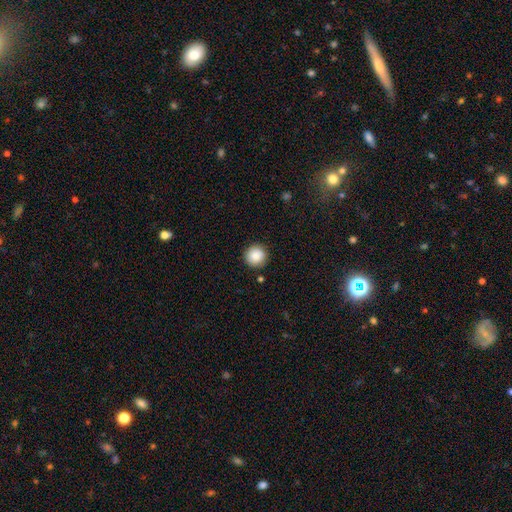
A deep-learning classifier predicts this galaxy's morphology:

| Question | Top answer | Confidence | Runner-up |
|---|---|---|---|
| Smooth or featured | smooth | 87% | star or artifact (9%) |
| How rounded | round | 95% | in between (4%) |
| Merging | none | 90% | minor disturbance (6%) |